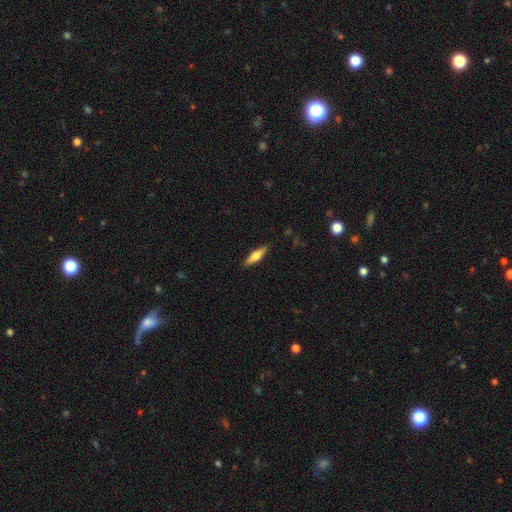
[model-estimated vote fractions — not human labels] A smooth galaxy with no disk features (55%) that is cigar-shaped (67%). Merging: none (88%).